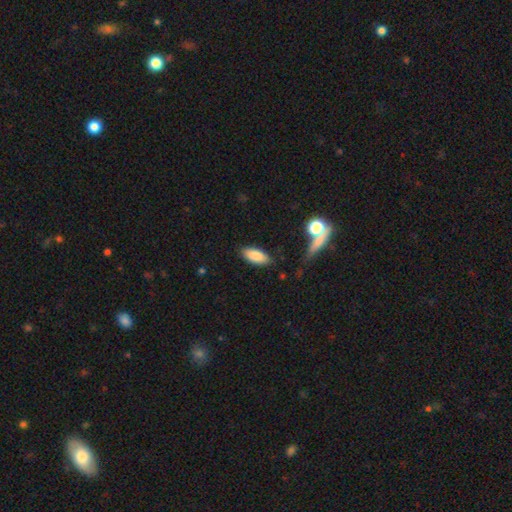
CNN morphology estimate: Smooth or featured? smooth (86%)
How rounded? in between (85%)
Merging? none (84%)